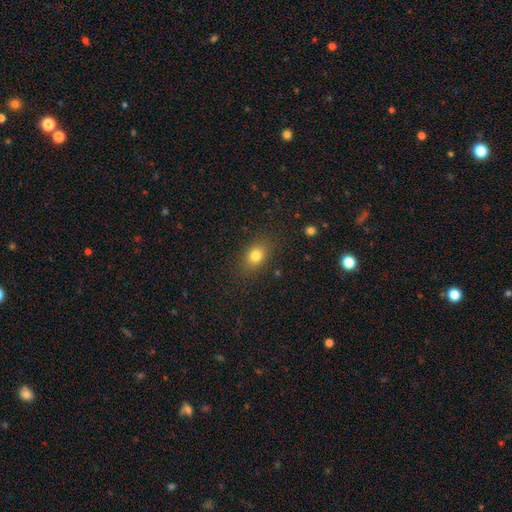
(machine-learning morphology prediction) type=smooth (81%); roundness=in between (64%); merging=none (84%).